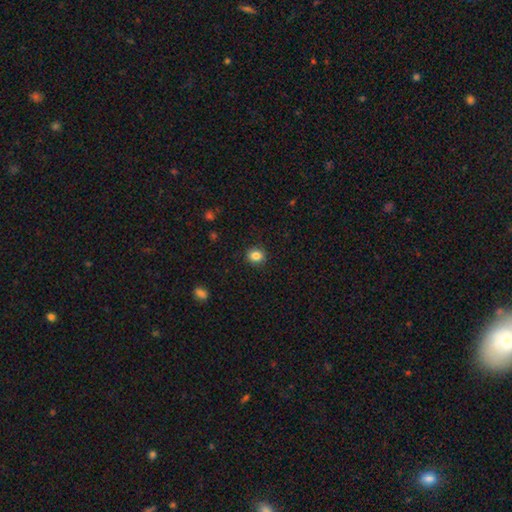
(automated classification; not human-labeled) A smooth galaxy with no disk features (84%) that is round (74%).

Vote fractions:
- Smooth or featured? smooth: 84% / star or artifact: 11% / featured or disk: 5%
- How rounded? round: 74% / in between: 25% / cigar-shaped: 1%
- Merging? none: 90% / minor disturbance: 7% / major disturbance: 2% / merger: 1%